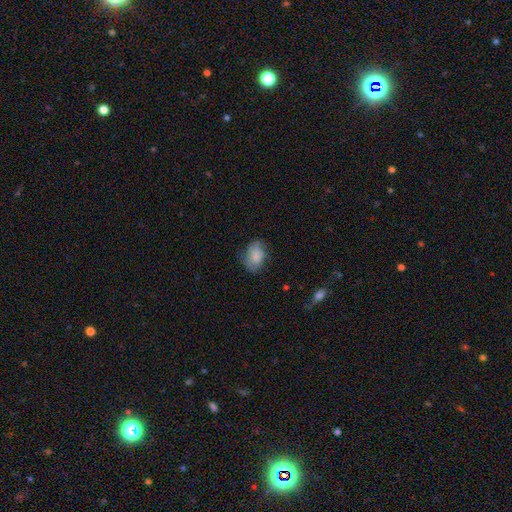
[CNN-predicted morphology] This appears to be a smooth galaxy with no disk features (80%) that is in between round and cigar-shaped (80%). Merging: none (64%).